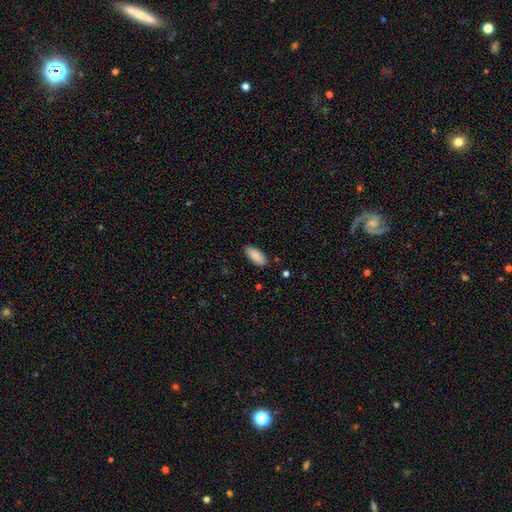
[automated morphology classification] Smooth or featured: smooth — 89% (star or artifact — 6%)
How rounded: in between — 87% (cigar-shaped — 11%)
Merging: none — 86% (minor disturbance — 10%)